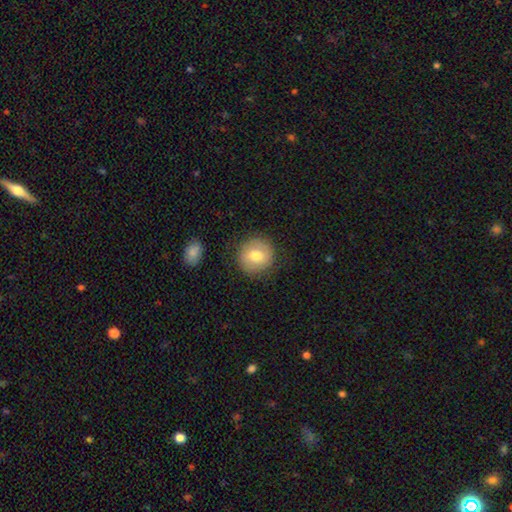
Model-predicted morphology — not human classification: Smooth or featured? smooth (69%)
How rounded? round (90%)
Merging? none (84%)